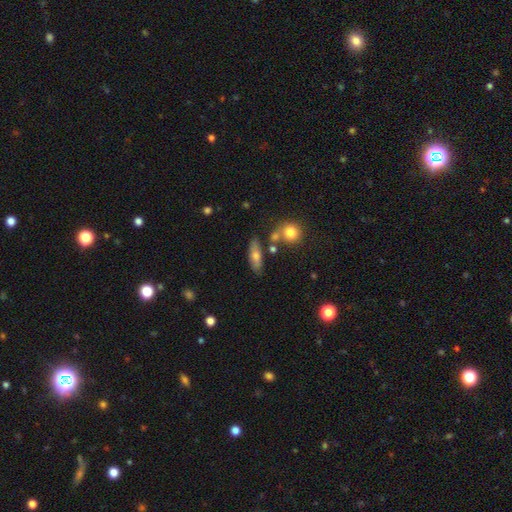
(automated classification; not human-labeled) Overall: smooth (66%). How rounded: in between (62%; cigar-shaped 33%). Merging: none (72%).